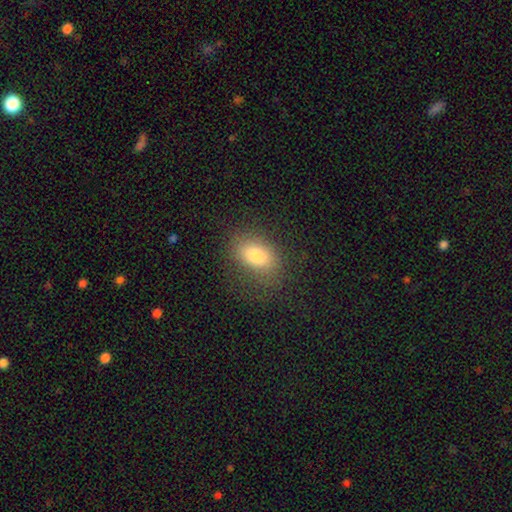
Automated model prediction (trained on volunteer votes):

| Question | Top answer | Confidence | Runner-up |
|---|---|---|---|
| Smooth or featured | smooth | 80% | featured or disk (10%) |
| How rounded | in between | 84% | round (13%) |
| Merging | none | 77% | minor disturbance (15%) |